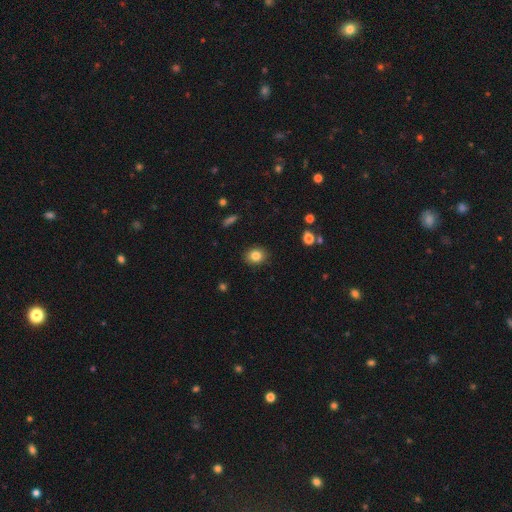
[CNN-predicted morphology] type=smooth (83%); roundness=round (61%); merging=none (89%).